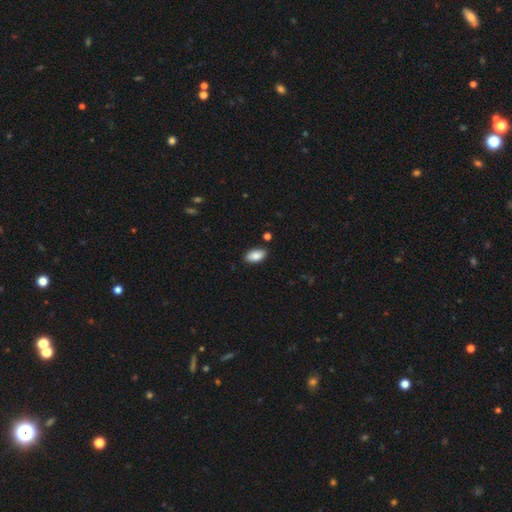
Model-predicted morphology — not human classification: This is clearly a smooth galaxy (88%). How rounded: clearly in between (94%). Merging: clearly none (87%).